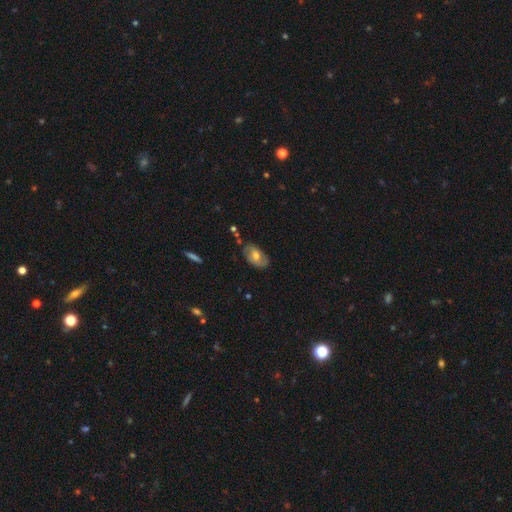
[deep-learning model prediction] smooth_or_featured: smooth (p=0.46) [tied with: featured or disk p=0.46]
merging: none (p=0.70) [alt: minor disturbance p=0.22]